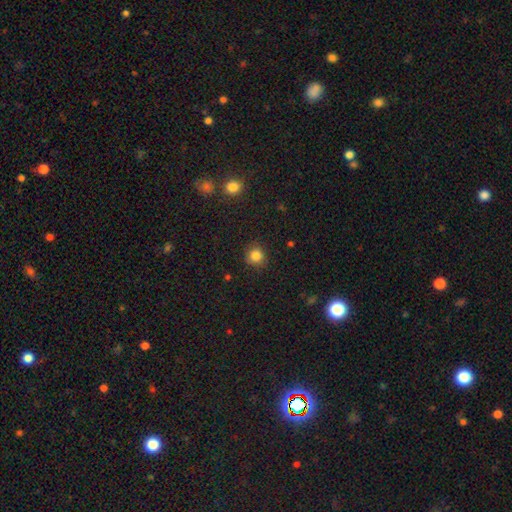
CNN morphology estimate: A smooth galaxy with no disk features (83%) that is round (89%).

Vote fractions:
- Smooth or featured? smooth: 83% / star or artifact: 12% / featured or disk: 5%
- How rounded? round: 89% / in between: 10% / cigar-shaped: 1%
- Merging? none: 86% / minor disturbance: 10% / major disturbance: 3% / merger: 1%